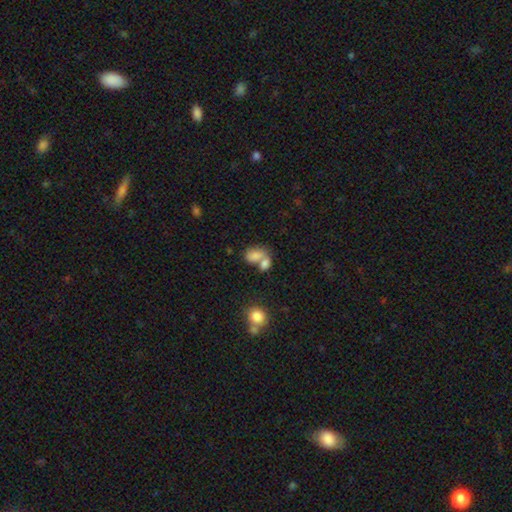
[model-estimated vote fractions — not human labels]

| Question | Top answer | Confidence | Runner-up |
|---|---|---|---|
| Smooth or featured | smooth | 77% | featured or disk (13%) |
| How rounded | in between | 81% | round (17%) |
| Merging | merger | 61% | none (23%) |